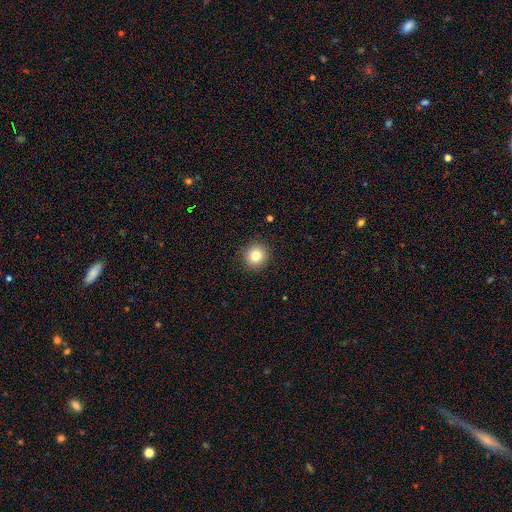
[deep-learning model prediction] smooth 82%, star or artifact 11%, featured or disk 7%. Down the decision tree: how rounded — round (93%); merging — none (92%).